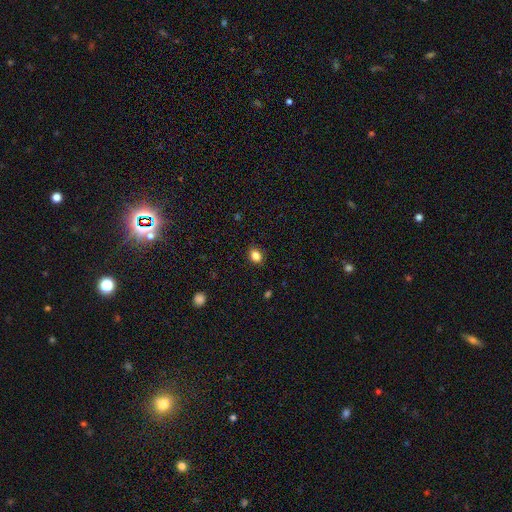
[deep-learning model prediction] Overall: smooth (84%). How rounded: in between (61%; round 38%). Merging: none (88%).